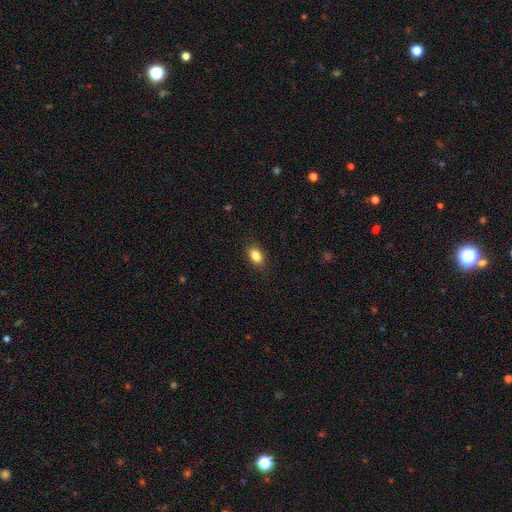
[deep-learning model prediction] Morphology: type=smooth (86%); roundness=in between (85%); merging=none (85%).